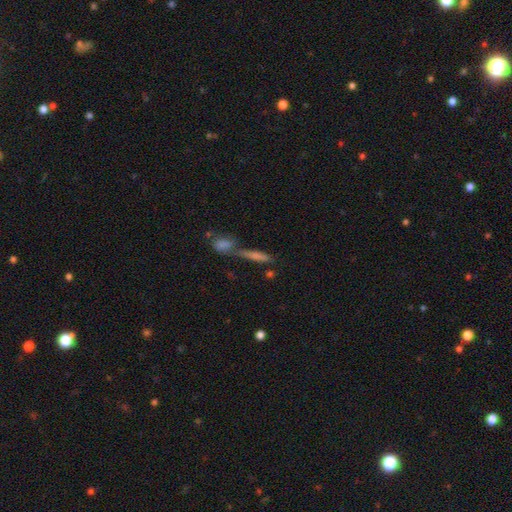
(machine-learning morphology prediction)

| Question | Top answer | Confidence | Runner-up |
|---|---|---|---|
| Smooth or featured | featured or disk | 35% | tied: smooth (35%) |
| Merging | none | 45% | merger (32%) |